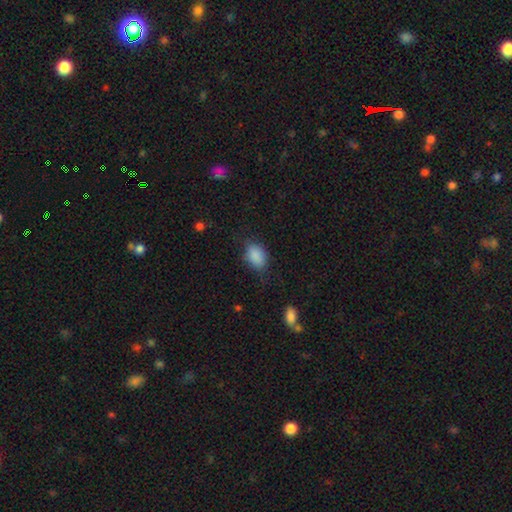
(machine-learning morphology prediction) Overall: smooth (87%). How rounded: in between (83%). Merging: none (71%).